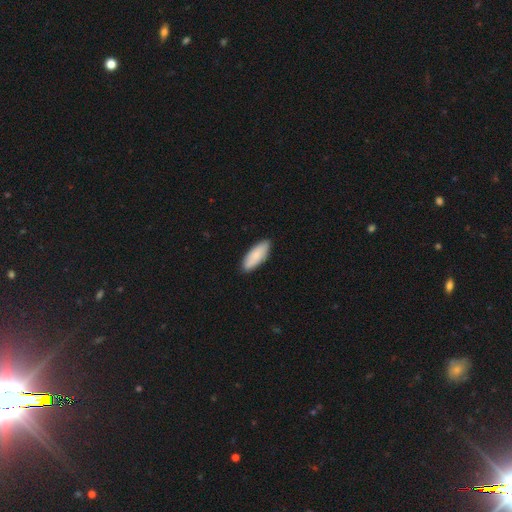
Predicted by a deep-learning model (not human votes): Smooth or featured? Predicted: smooth (p=0.83). How rounded? Predicted: in between (p=0.72). Merging? Predicted: none (p=0.87).